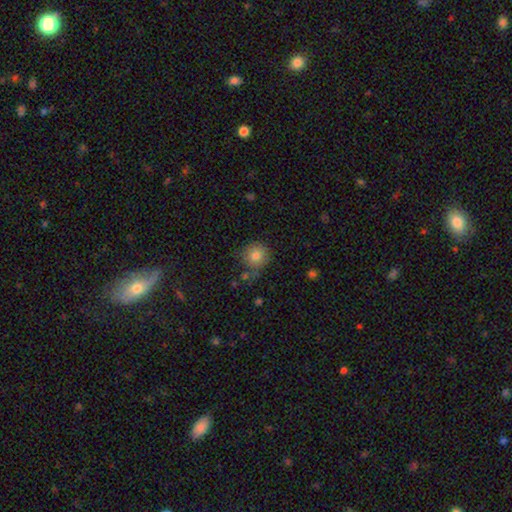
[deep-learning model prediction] smooth-or-featured: smooth: 80% | star or artifact: 11% | featured or disk: 9%
  how-rounded: round: 91% | in between: 8% | cigar-shaped: 1%
  merging: none: 71% | minor disturbance: 18% | merger: 6% | major disturbance: 5%